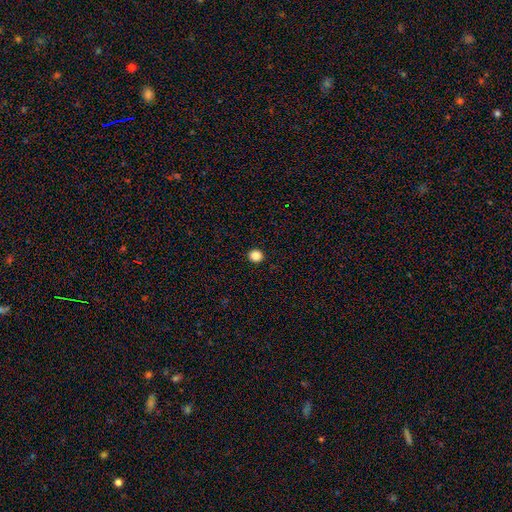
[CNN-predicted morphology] Smooth or featured?
  - smooth: 86% *
  - star or artifact: 11%
  - featured or disk: 3%
How rounded?
  - round: 90% *
  - in between: 9%
  - cigar-shaped: 1%
Merging?
  - none: 93% *
  - minor disturbance: 4%
  - major disturbance: 1%
  - merger: 1%